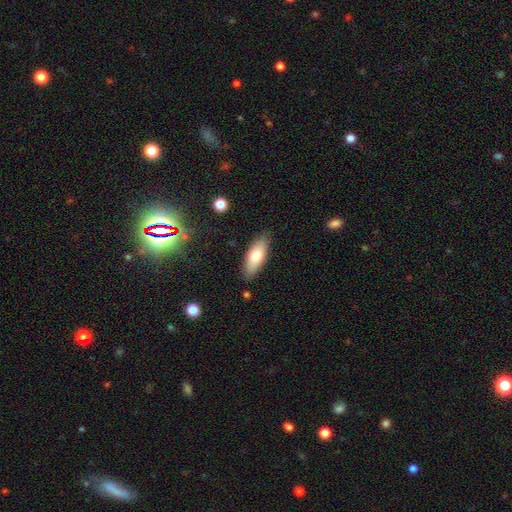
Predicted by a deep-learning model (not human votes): A smooth galaxy with no disk features (73%) that is in between round and cigar-shaped (77%). Merging: none (85%).